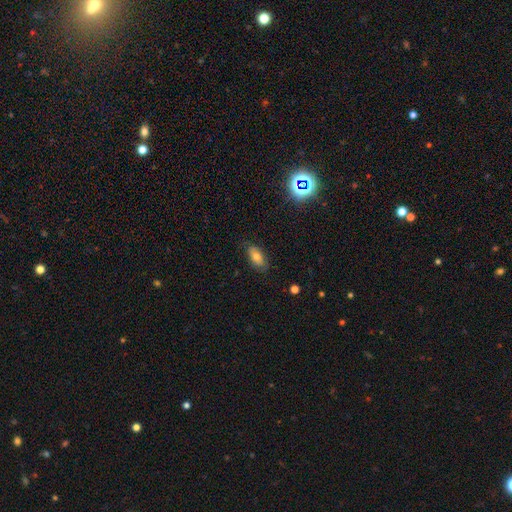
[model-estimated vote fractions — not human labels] The model was most divided on "smooth or featured": smooth: 69%, featured or disk: 21%, star or artifact: 11%. More confident: how rounded — in between (90%); merging — none (75%).